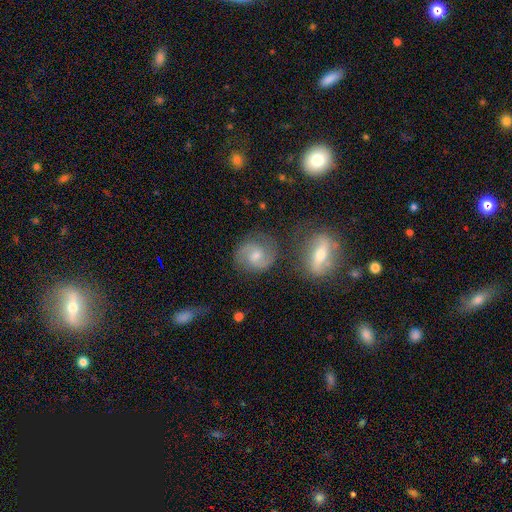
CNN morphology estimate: smooth-or-featured: featured or disk: 72% | smooth: 21% | star or artifact: 7%
  disk-edge-on: no: 97% | yes: 3%
    bar: weak: 50% | no: 40% | strong: 10%
    has-spiral-arms: yes: 94% | no: 6%
      spiral-winding: medium: 54% | tight: 23% | loose: 23%
      spiral-arm-count: 2: 89% | can't tell: 5% | 1: 2% | 3: 2% | 4: 1% | more than 4: 1%
    bulge-size: moderate: 53% | small: 37% | none: 6% | large: 4% | dominant: 1%
  merging: none: 72% | minor disturbance: 14% | merger: 9% | major disturbance: 5%